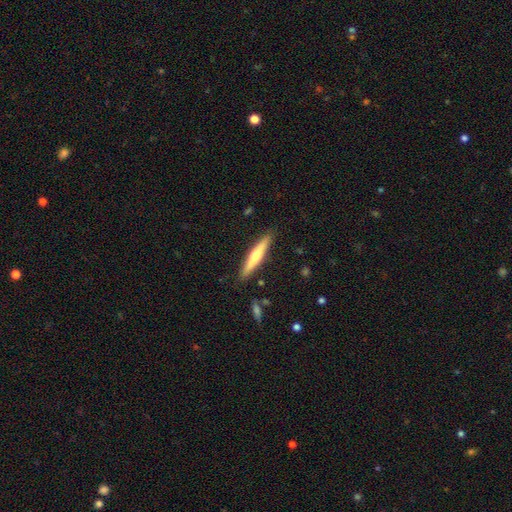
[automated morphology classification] Smooth or featured? smooth (48%)
Merging? none (89%)